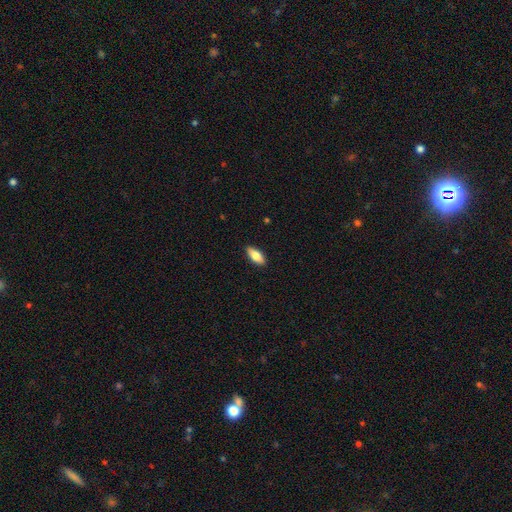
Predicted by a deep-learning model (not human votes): This is likely a smooth galaxy (77%). How rounded: likely in between (80%). Merging: clearly none (89%).